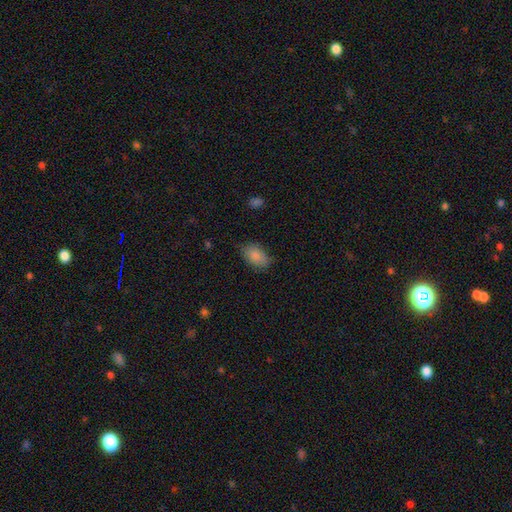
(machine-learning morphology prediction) smooth 87%, star or artifact 7%, featured or disk 6%. Down the decision tree: how rounded — in between (90%); merging — none (77%).